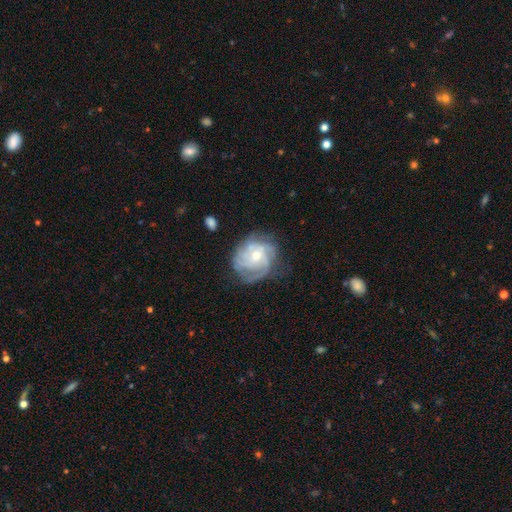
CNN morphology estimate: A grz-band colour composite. It shows a featured or disk galaxy (78%) with no bar (72%), tight (53%) spiral arms (90%) and a small central bulge (47%, tied with moderate). Merging: none (63%).